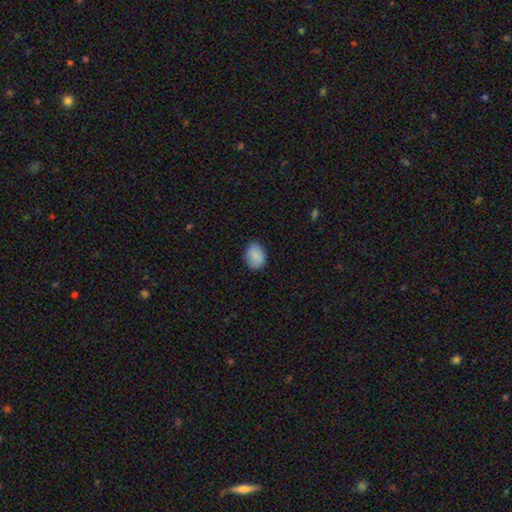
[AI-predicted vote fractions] smooth-or-featured: smooth: 86% | star or artifact: 8% | featured or disk: 6%
  how-rounded: in between: 62% | round: 37% | cigar-shaped: 1%
  merging: none: 82% | minor disturbance: 14% | major disturbance: 3% | merger: 1%